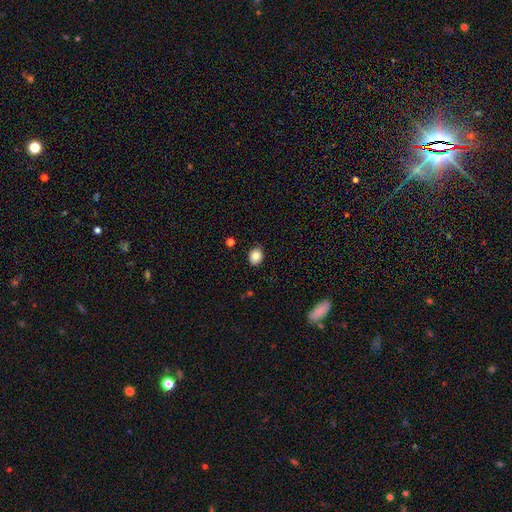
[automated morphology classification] The model was most divided on "how rounded": round: 59%, in between: 41%, cigar-shaped: 1%. More confident: merging — none (86%); smooth or featured — smooth (82%).